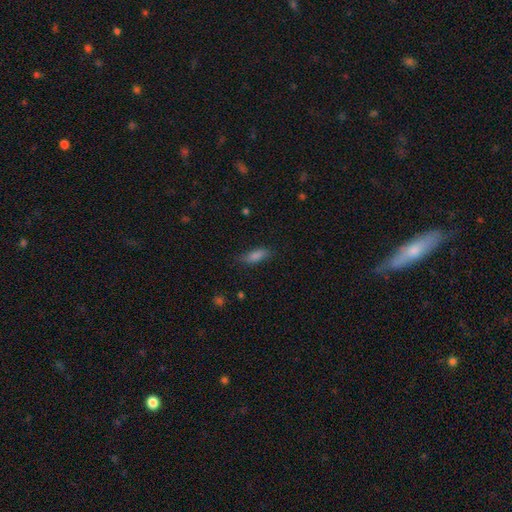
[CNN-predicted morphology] type=smooth (78%); roundness=in between (57%); merging=none (77%).